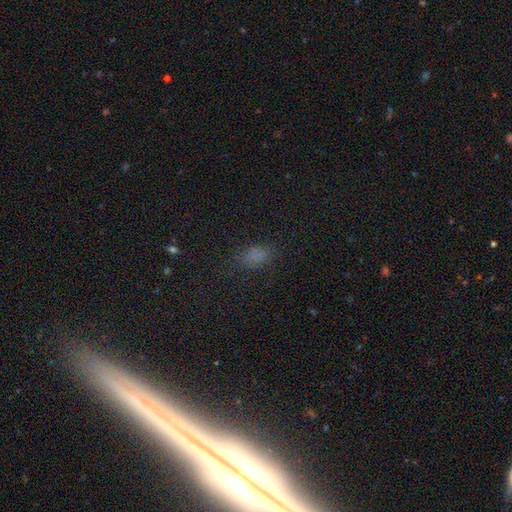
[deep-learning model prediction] Smooth or featured?
  - smooth: 75% *
  - star or artifact: 19%
  - featured or disk: 6%
How rounded?
  - in between: 86% *
  - round: 10%
  - cigar-shaped: 4%
Merging?
  - none: 74% *
  - minor disturbance: 17%
  - major disturbance: 7%
  - merger: 2%